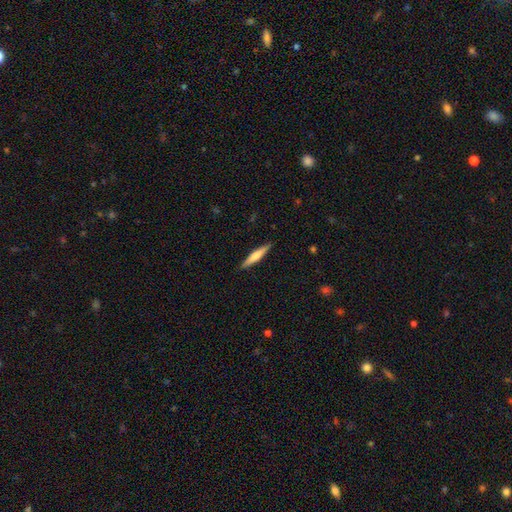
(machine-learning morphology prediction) A smooth galaxy with no disk features (56%) that is cigar-shaped (91%). Merging: none (91%).